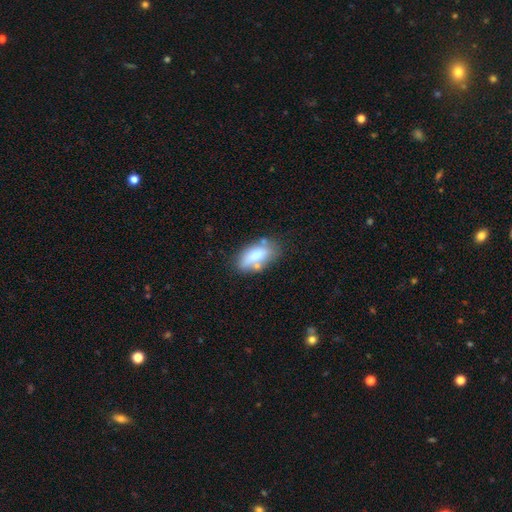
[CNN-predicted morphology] Overall: smooth (74%). How rounded: in between (87%). Merging: none (53%; minor disturbance 23%).